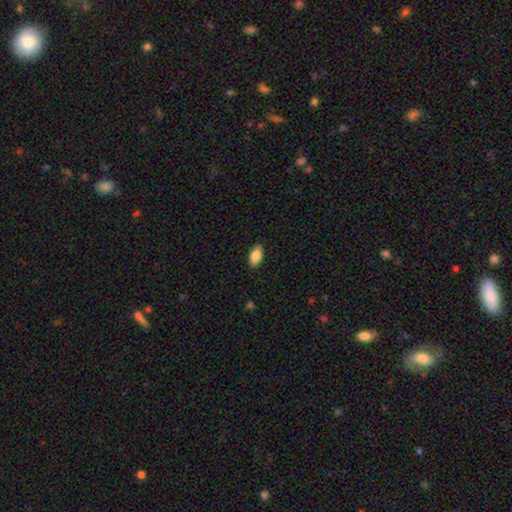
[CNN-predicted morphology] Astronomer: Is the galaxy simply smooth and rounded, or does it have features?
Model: smooth — 86%.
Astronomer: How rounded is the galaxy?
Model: in between — 90%.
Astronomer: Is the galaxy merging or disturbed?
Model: none — 88%.